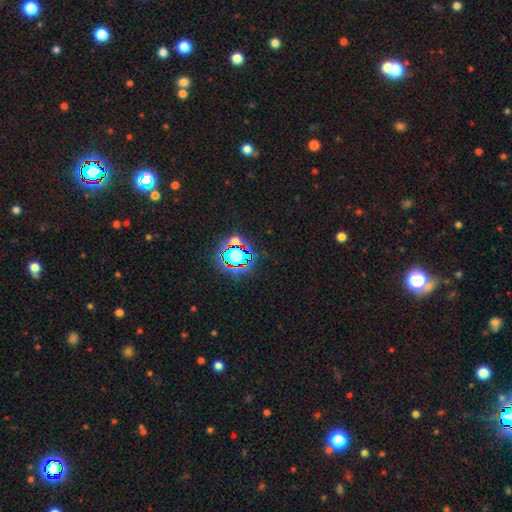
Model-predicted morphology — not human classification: Smooth or featured? star or artifact (80%)